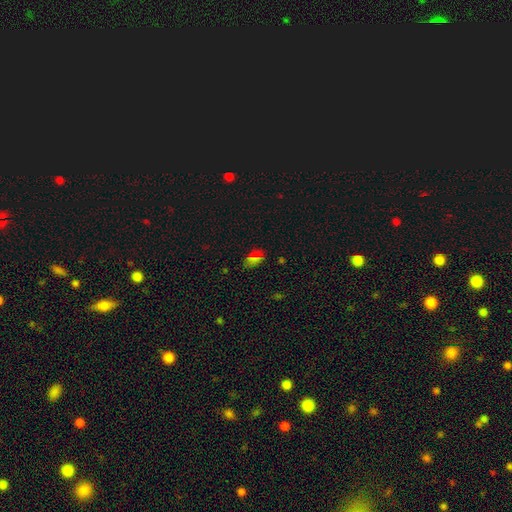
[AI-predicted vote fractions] smooth-or-featured: smooth: 58% | star or artifact: 33% | featured or disk: 8%
  how-rounded: in between: 86% | round: 10% | cigar-shaped: 4%
  merging: none: 82% | minor disturbance: 13% | major disturbance: 4% | merger: 2%